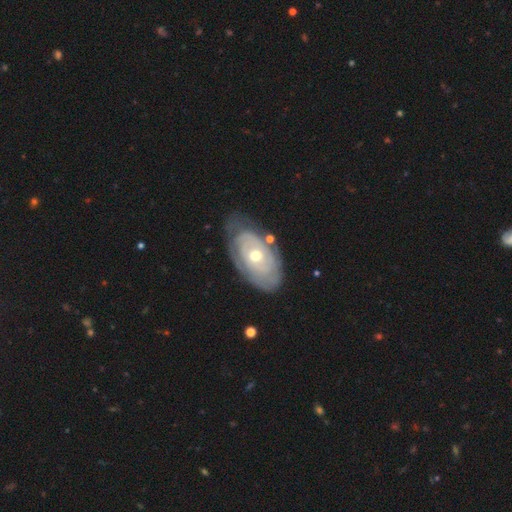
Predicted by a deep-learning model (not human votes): Smooth or featured? featured or disk (74%)
Edge-on disk? no (93%)
Bar? no (81%)
Spiral arms? yes (67%)
Bulge size? moderate (63%)
Merging? none (64%)